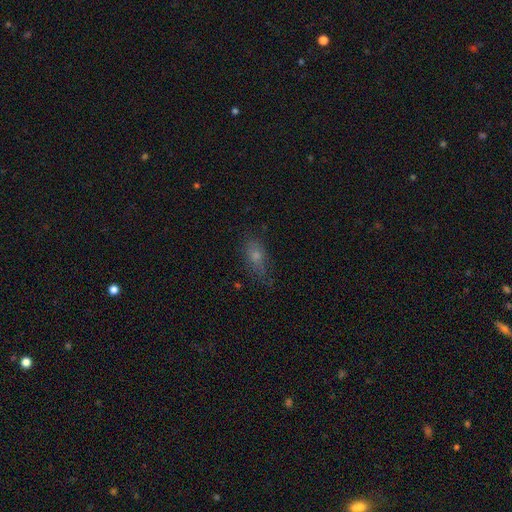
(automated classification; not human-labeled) smooth-or-featured: smooth: 68% | featured or disk: 18% | star or artifact: 13%
  how-rounded: in between: 76% | cigar-shaped: 15% | round: 9%
  merging: none: 59% | minor disturbance: 27% | major disturbance: 12% | merger: 2%